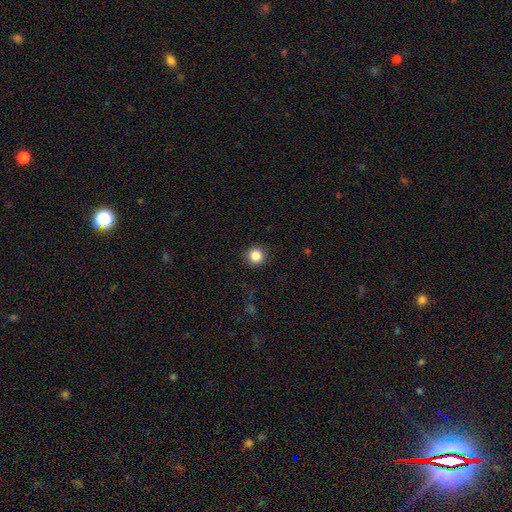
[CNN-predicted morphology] smooth 86%, star or artifact 10%, featured or disk 4%. Down the decision tree: how rounded — round (95%); merging — none (91%).